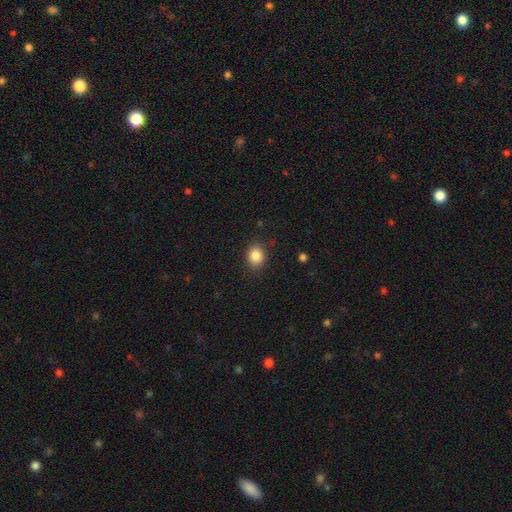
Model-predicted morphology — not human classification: A smooth galaxy with no disk features (86%) that is round (62%). Merging: none (85%).